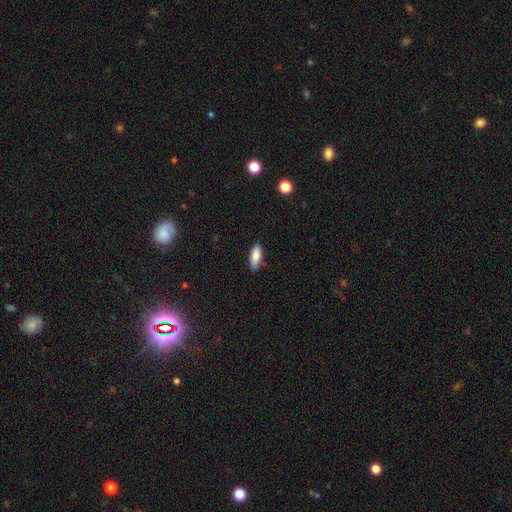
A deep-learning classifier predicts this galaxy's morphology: Smooth or featured? Predicted: smooth (p=0.84). How rounded? Predicted: in between (p=0.73). Merging? Predicted: none (p=0.84).